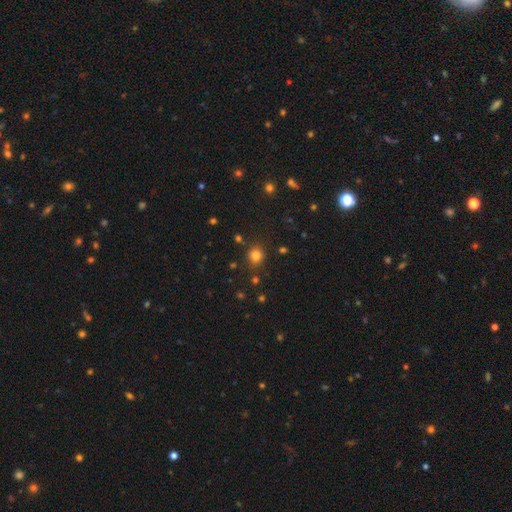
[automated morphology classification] smooth_or_featured: smooth (p=0.79) [alt: star or artifact p=0.16]
how_rounded: round (p=0.86) [alt: in between p=0.13]
merging: none (p=0.84) [alt: minor disturbance p=0.09]